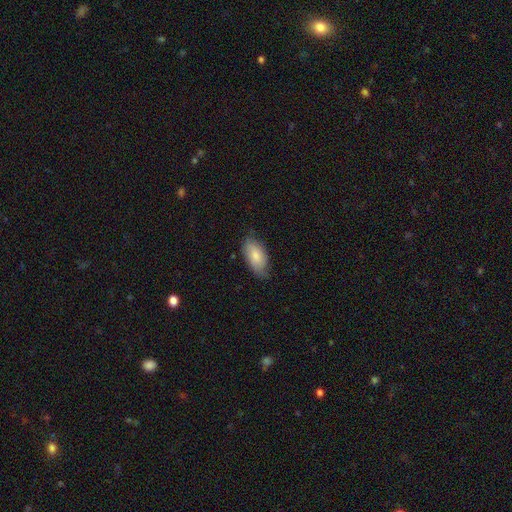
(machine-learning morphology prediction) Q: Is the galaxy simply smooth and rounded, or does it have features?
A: smooth — 78%.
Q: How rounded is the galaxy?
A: in between — 93%.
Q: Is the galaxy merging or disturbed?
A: none — 64%.